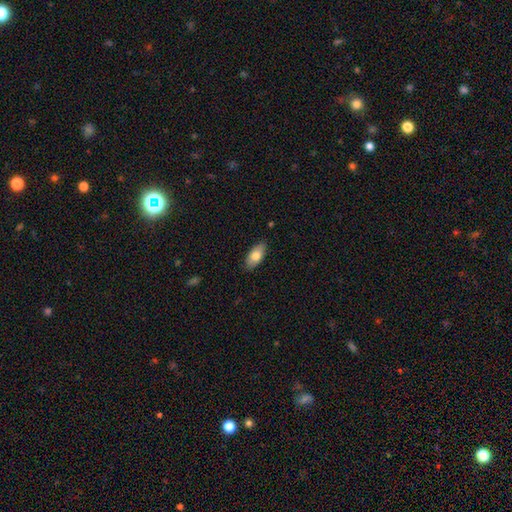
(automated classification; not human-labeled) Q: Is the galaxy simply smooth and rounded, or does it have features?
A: smooth — 76%.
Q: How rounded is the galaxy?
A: in between — 89%.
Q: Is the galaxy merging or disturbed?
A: none — 86%.